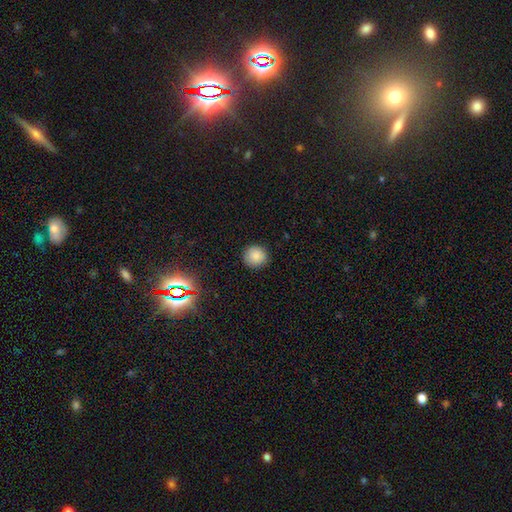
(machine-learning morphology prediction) Smooth or featured?
  - smooth: 84% *
  - star or artifact: 11%
  - featured or disk: 5%
How rounded?
  - round: 94% *
  - in between: 5%
  - cigar-shaped: 1%
Merging?
  - none: 90% *
  - minor disturbance: 7%
  - major disturbance: 2%
  - merger: 1%